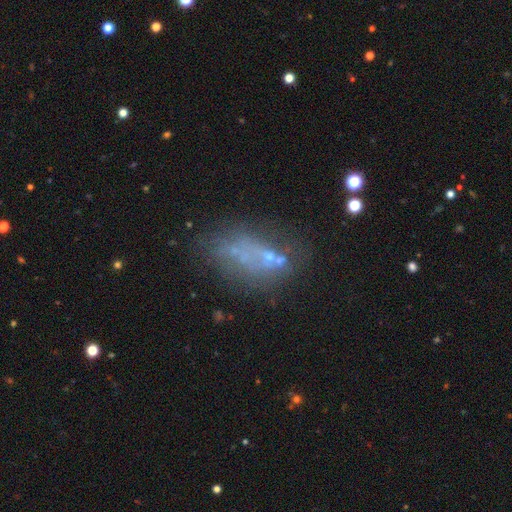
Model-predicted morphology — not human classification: smooth_or_featured: featured or disk (p=0.38) [alt: smooth p=0.37]
merging: none (p=0.46) [alt: major disturbance p=0.20]